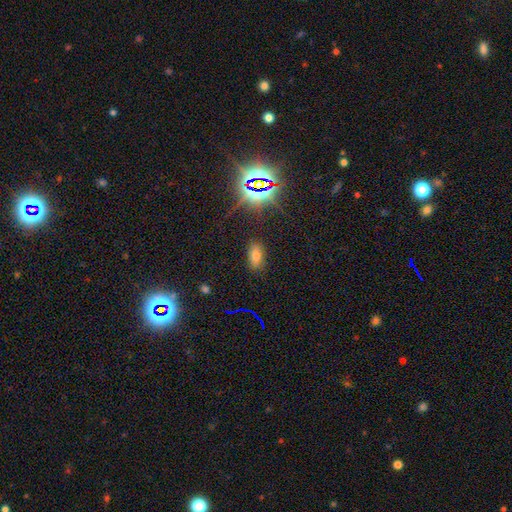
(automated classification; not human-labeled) smooth-or-featured: smooth: 61% | star or artifact: 30% | featured or disk: 10%
  how-rounded: in between: 90% | round: 6% | cigar-shaped: 4%
  merging: none: 85% | minor disturbance: 10% | major disturbance: 3% | merger: 2%